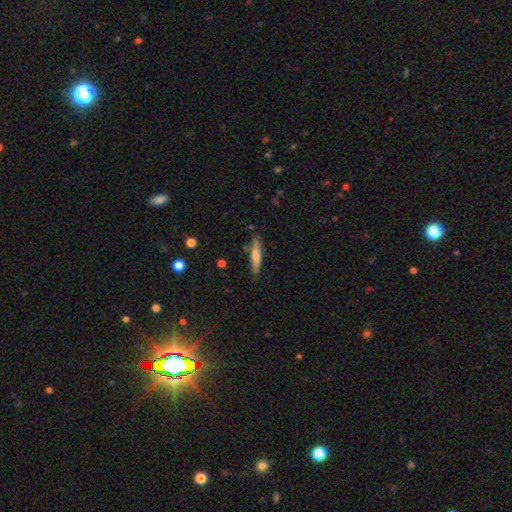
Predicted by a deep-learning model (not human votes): Smooth or featured: smooth — 61% (featured or disk — 33%)
How rounded: cigar-shaped — 87% (in between — 11%)
Merging: none — 84% (minor disturbance — 11%)